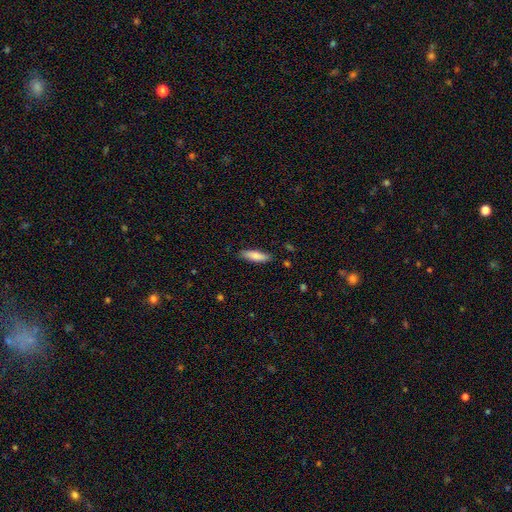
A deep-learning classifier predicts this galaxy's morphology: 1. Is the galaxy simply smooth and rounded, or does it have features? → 80% smooth, 14% featured or disk, 6% star or artifact.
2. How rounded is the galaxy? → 57% cigar-shaped, 41% in between, 2% round.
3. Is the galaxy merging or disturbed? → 86% none, 11% minor disturbance, 2% major disturbance, 1% merger.